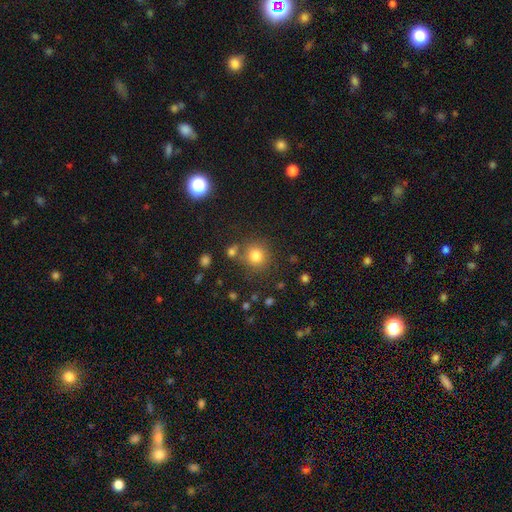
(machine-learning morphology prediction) smooth 79%, star or artifact 13%, featured or disk 7%. Down the decision tree: how rounded — round (91%); merging — none (77%).